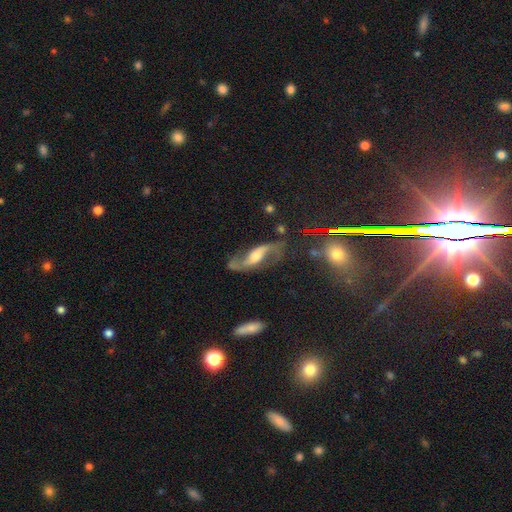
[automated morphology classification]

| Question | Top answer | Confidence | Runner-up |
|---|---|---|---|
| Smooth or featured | featured or disk | 85% | smooth (8%) |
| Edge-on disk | no | 91% | yes (9%) |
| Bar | weak | 39% | no (37%) |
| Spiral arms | yes | 95% | no (5%) |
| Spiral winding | loose | 77% | medium (19%) |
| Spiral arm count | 2 | 93% | can't tell (2%) |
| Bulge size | moderate | 51% | small (32%) |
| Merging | none | 69% | minor disturbance (16%) |